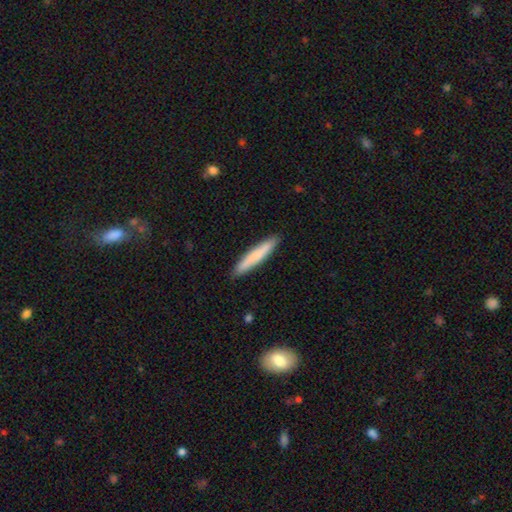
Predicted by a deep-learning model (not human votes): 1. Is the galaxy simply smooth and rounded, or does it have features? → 78% smooth, 17% featured or disk, 5% star or artifact.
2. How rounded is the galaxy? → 94% cigar-shaped, 5% in between, 1% round.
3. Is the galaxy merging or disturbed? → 90% none, 7% minor disturbance, 1% major disturbance, 1% merger.